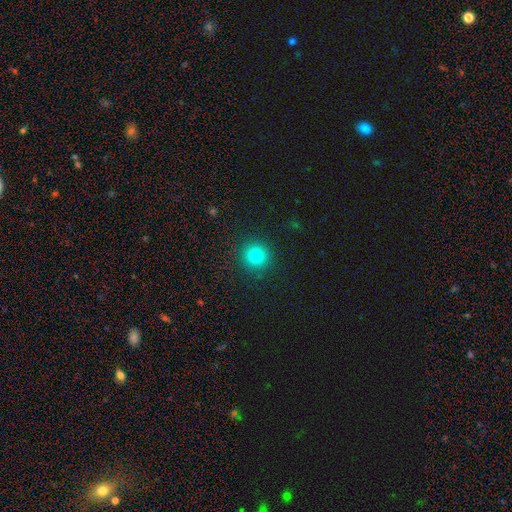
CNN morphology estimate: Overall: smooth (81%). How rounded: round (93%). Merging: none (91%).